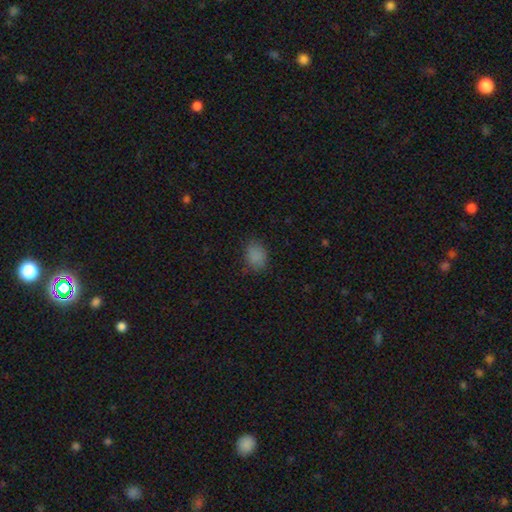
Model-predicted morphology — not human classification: Smooth or featured? Predicted: smooth (p=0.83). How rounded? Predicted: in between (p=0.66). Merging? Predicted: none (p=0.77).